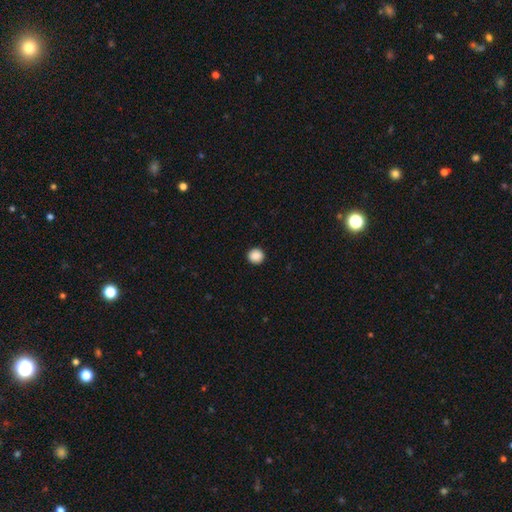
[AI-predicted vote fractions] Overall: smooth (89%). How rounded: round (93%). Merging: none (93%).